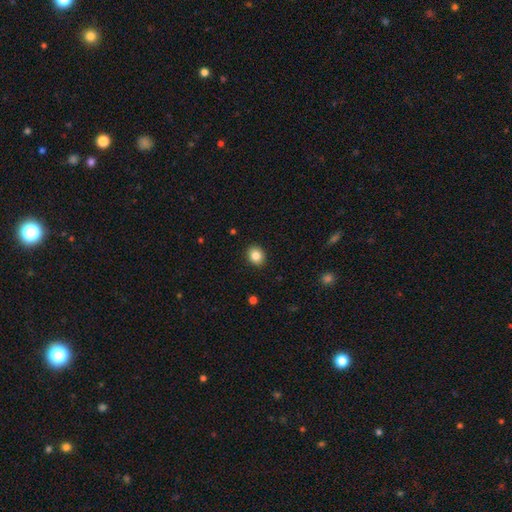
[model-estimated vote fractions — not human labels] Overall: smooth (83%). How rounded: round (61%; in between 38%). Merging: none (91%).